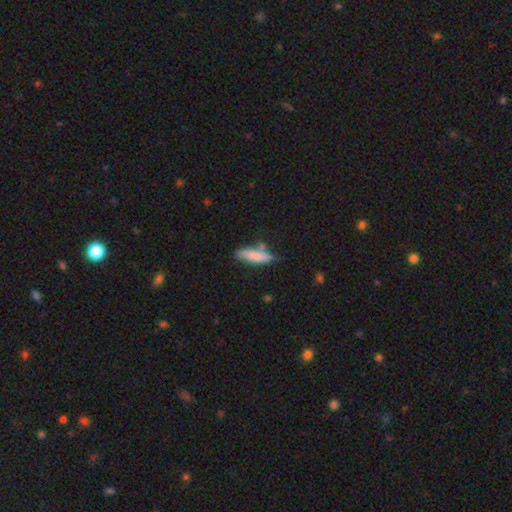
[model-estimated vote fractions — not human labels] Smooth or featured? smooth (79%)
How rounded? cigar-shaped (69%)
Merging? none (61%)